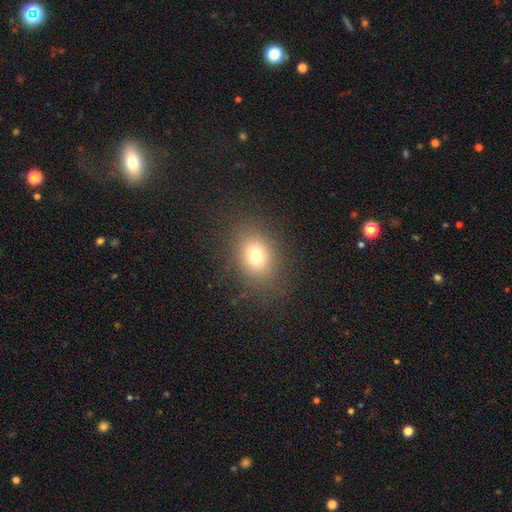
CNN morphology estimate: A smooth galaxy with no disk features (73%) that is in between round and cigar-shaped (52%). Merging: none (84%).